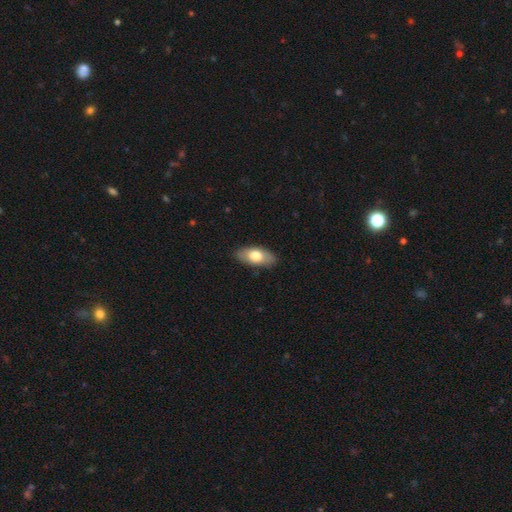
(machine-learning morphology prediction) Smooth or featured?
  - smooth: 71% *
  - featured or disk: 23%
  - star or artifact: 6%
How rounded?
  - in between: 90% *
  - cigar-shaped: 7%
  - round: 3%
Merging?
  - none: 87% *
  - minor disturbance: 10%
  - major disturbance: 2%
  - merger: 1%